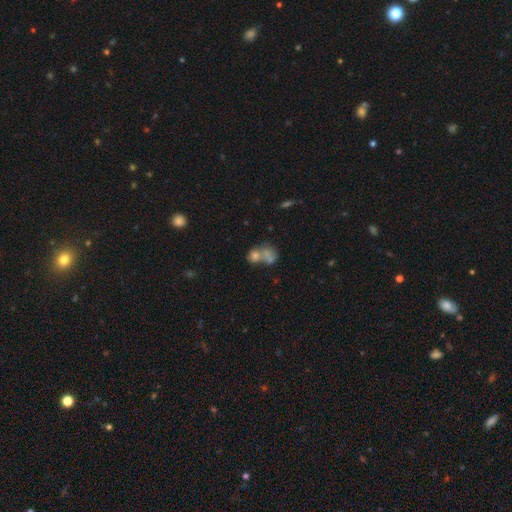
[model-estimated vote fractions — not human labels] smooth 72%, featured or disk 16%, star or artifact 12%. Down the decision tree: how rounded — round (50%); merging — merger (63%).